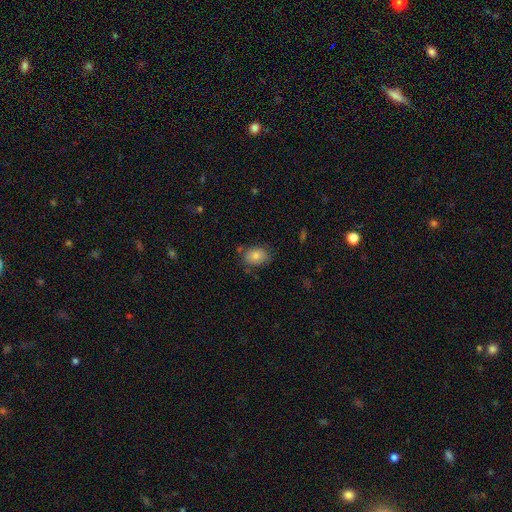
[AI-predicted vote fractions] Q: Smooth or featured?
A: smooth (81%); runner-up: featured or disk (10%)
Q: How rounded?
A: in between (70%); runner-up: round (29%)
Q: Merging?
A: none (74%); runner-up: minor disturbance (18%)